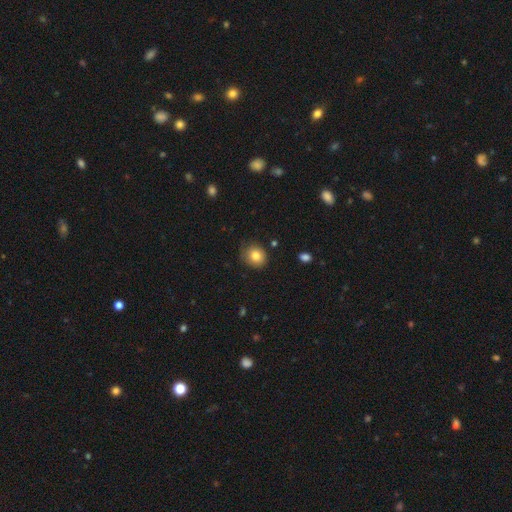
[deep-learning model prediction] The model was most divided on "how rounded": round: 80%, in between: 19%, cigar-shaped: 1%. More confident: smooth or featured — smooth (82%); merging — none (79%).